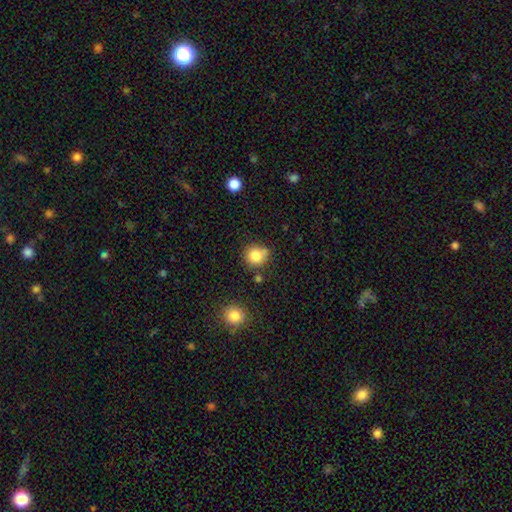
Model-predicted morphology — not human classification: A smooth galaxy with no disk features (81%) that is round (87%).

Vote fractions:
- Smooth or featured? smooth: 81% / star or artifact: 11% / featured or disk: 8%
- How rounded? round: 87% / in between: 12% / cigar-shaped: 1%
- Merging? none: 65% / minor disturbance: 18% / merger: 12% / major disturbance: 5%